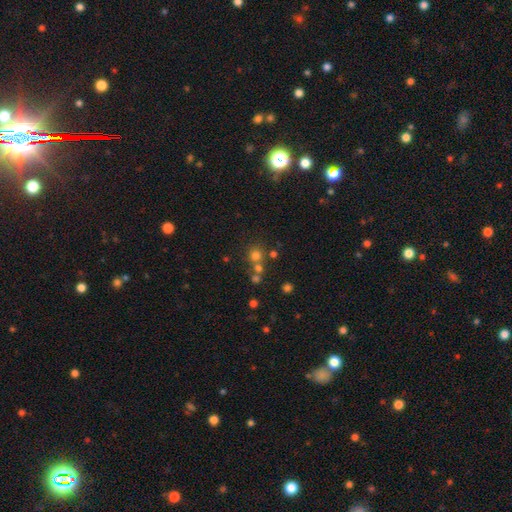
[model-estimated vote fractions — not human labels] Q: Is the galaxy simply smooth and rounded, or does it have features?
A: smooth — 68%.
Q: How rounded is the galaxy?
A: round — 90%.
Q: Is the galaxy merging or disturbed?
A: none — 61%.